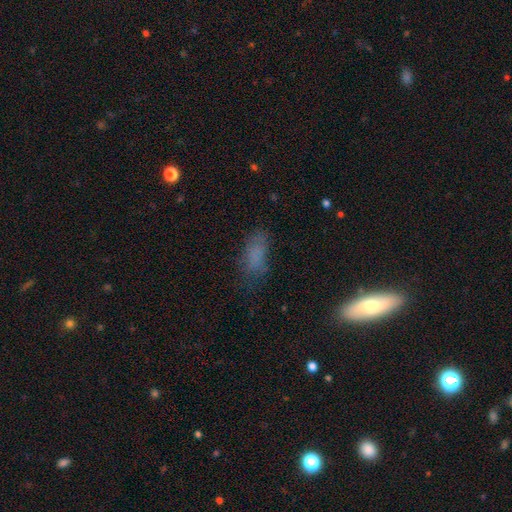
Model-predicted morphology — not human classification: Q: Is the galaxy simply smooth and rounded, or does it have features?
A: smooth — 75%.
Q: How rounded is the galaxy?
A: in between — 84%.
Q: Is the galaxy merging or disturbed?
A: none — 60%.